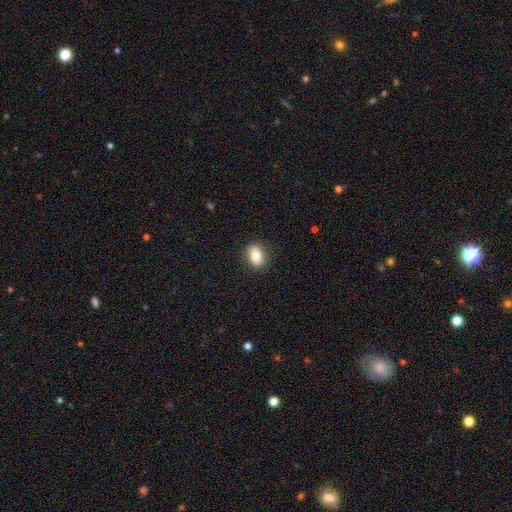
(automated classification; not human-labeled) Q: Smooth or featured?
A: smooth (78%); runner-up: featured or disk (14%)
Q: How rounded?
A: in between (73%); runner-up: round (25%)
Q: Merging?
A: none (86%); runner-up: minor disturbance (11%)